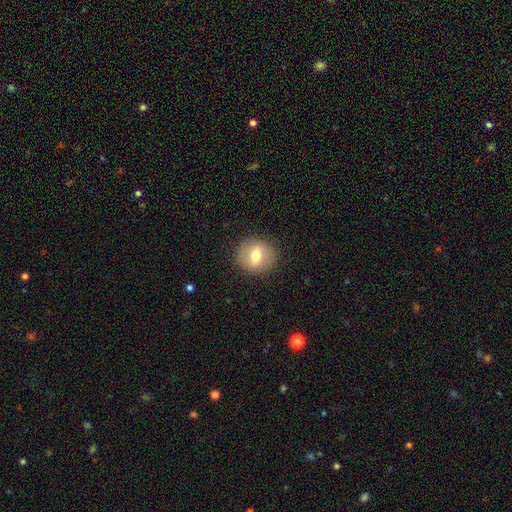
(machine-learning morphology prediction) smooth_or_featured: smooth (p=0.61) [alt: featured or disk p=0.30]
how_rounded: round (p=0.79) [alt: in between p=0.20]
merging: none (p=0.88) [alt: minor disturbance p=0.08]